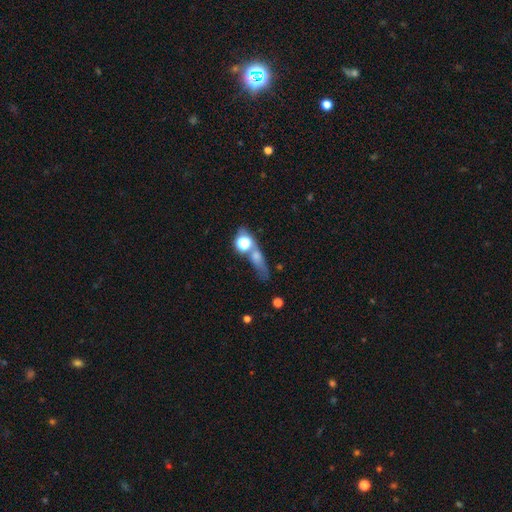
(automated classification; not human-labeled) A smooth galaxy with no disk features (46%). Merging: none (53%).